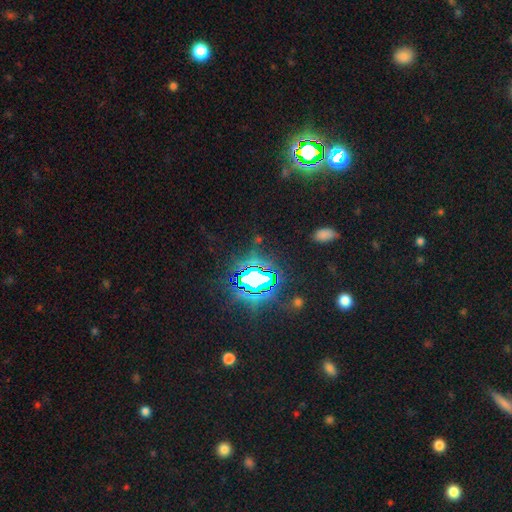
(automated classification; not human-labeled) This is clearly a star or artifact rather than a galaxy (81%).